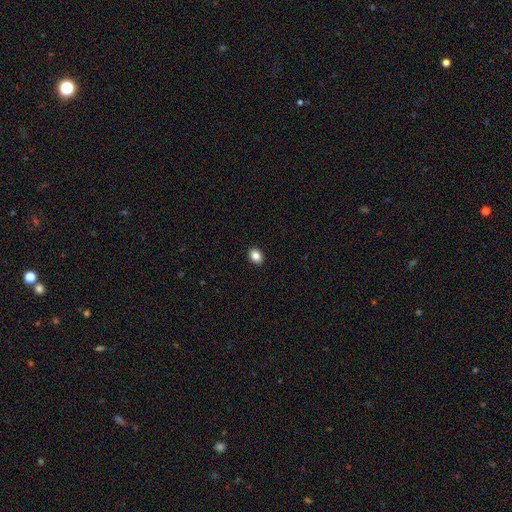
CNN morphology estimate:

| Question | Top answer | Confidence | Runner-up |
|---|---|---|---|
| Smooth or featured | smooth | 86% | star or artifact (9%) |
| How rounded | in between | 56% | round (44%) |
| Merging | none | 92% | minor disturbance (6%) |